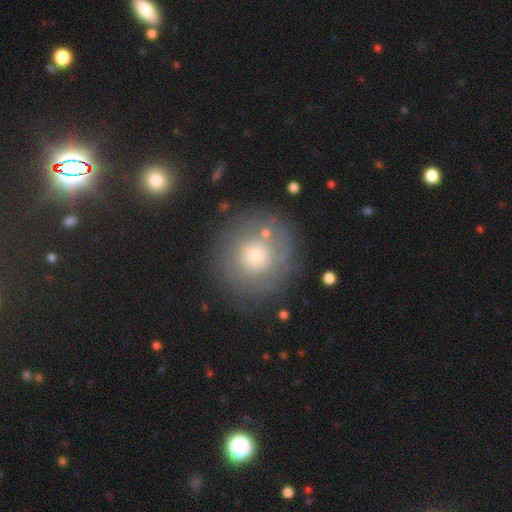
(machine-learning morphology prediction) Smooth or featured? Predicted: smooth (p=0.57). How rounded? Predicted: round (p=0.92). Merging? Predicted: none (p=0.76).